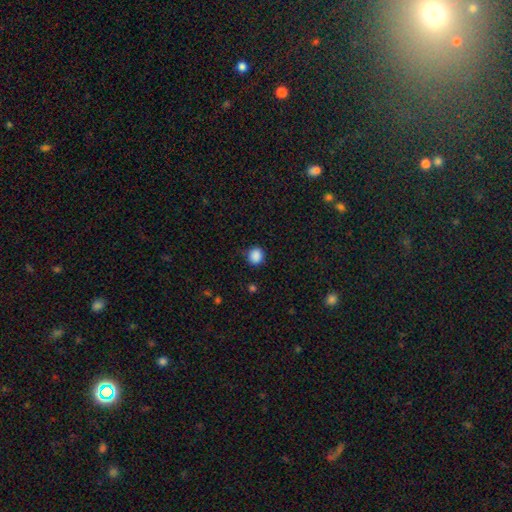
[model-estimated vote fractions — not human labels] smooth_or_featured: smooth (p=0.88) [alt: star or artifact p=0.10]
how_rounded: round (p=0.83) [alt: in between p=0.16]
merging: none (p=0.81) [alt: minor disturbance p=0.14]